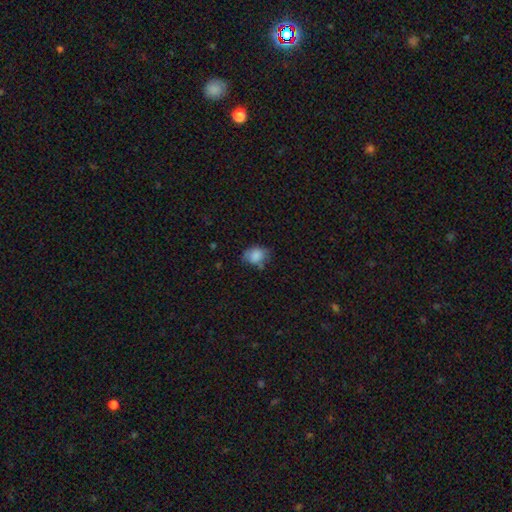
Smooth or featured: smooth — 82% (featured or disk — 13%)
How rounded: round — 50% (tied with in between — 50%)
Merging: none — 70% (minor disturbance — 19%)